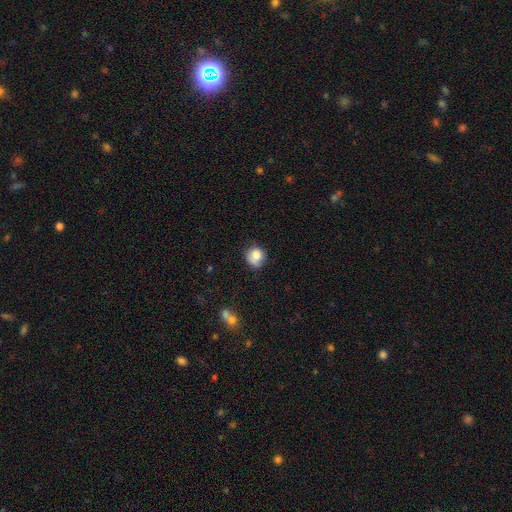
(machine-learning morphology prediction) smooth 79%, featured or disk 11%, star or artifact 10%. Down the decision tree: how rounded — round (81%); merging — none (59%).